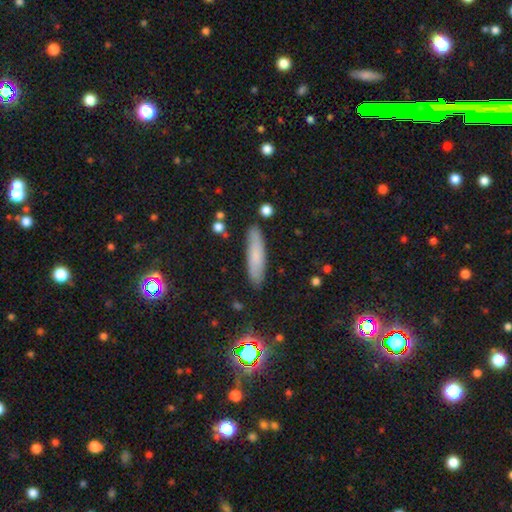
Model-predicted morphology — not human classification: smooth_or_featured: smooth (p=0.70) [alt: featured or disk p=0.19]
how_rounded: cigar-shaped (p=0.74) [alt: in between p=0.24]
merging: none (p=0.86) [alt: minor disturbance p=0.10]